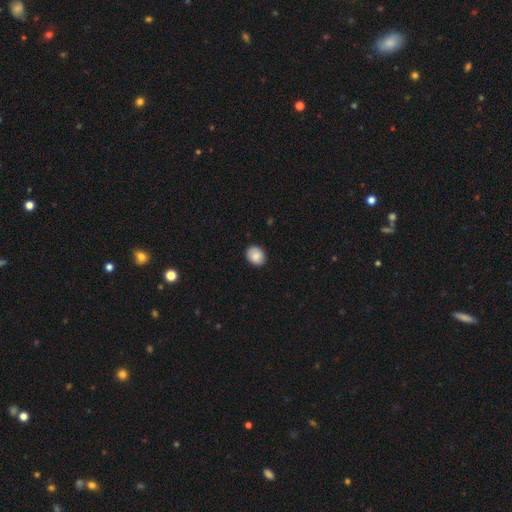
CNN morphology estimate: smooth_or_featured: smooth (p=0.86) [alt: star or artifact p=0.07]
how_rounded: round (p=0.56) [alt: in between p=0.43]
merging: none (p=0.88) [alt: minor disturbance p=0.09]